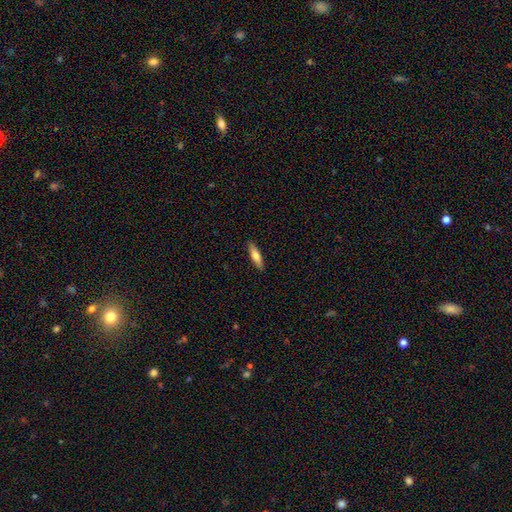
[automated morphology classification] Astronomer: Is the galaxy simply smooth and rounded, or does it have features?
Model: smooth — 71%.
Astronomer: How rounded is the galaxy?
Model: cigar-shaped — 72%.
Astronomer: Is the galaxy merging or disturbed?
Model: none — 90%.